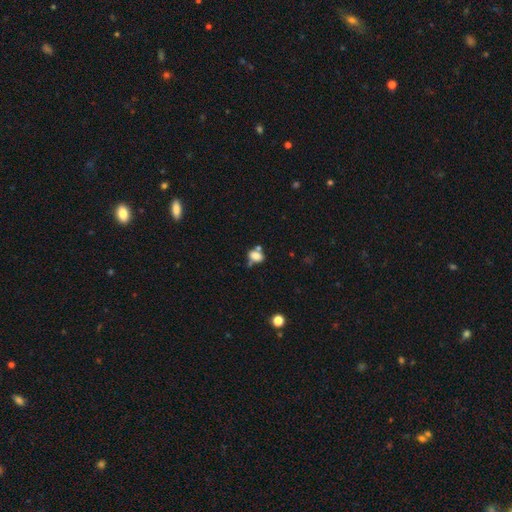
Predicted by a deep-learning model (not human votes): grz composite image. It shows a smooth galaxy with no disk features (77%) that is in between round and cigar-shaped (77%). Merging: none (46%).